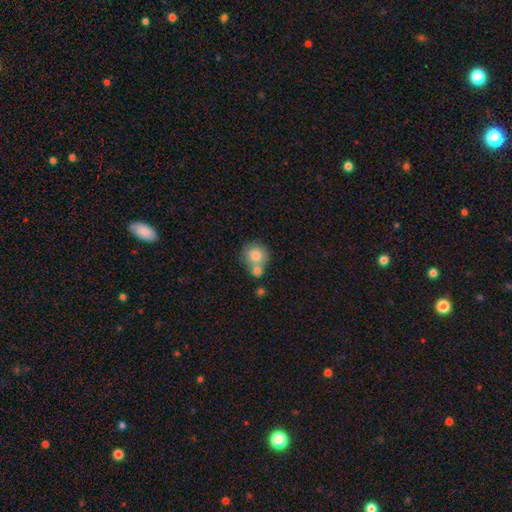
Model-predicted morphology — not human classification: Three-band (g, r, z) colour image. It shows a smooth galaxy with no disk features (79%) that is round (86%). Merging: merger (43%).